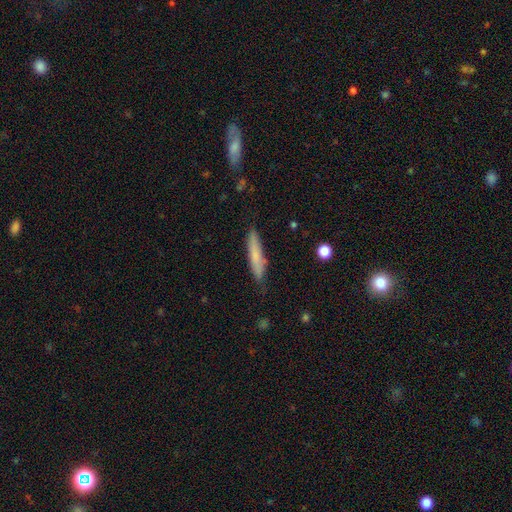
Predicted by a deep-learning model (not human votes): smooth_or_featured: smooth (p=0.72) [alt: featured or disk p=0.21]
how_rounded: cigar-shaped (p=0.89) [alt: in between p=0.09]
merging: none (p=0.82) [alt: minor disturbance p=0.14]